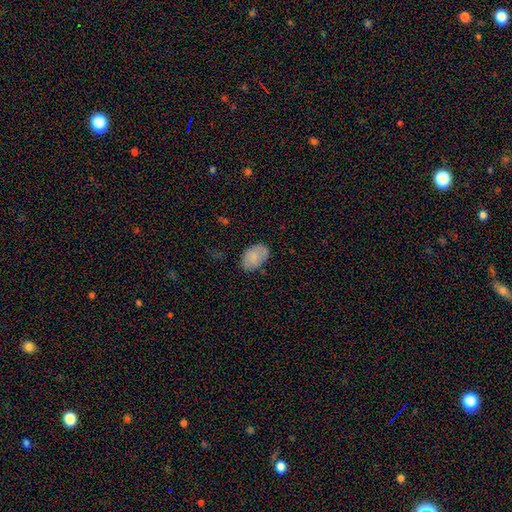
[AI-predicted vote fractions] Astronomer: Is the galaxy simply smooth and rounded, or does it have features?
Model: smooth — 82%.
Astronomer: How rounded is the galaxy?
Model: in between — 87%.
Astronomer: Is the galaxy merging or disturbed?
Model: none — 77%.